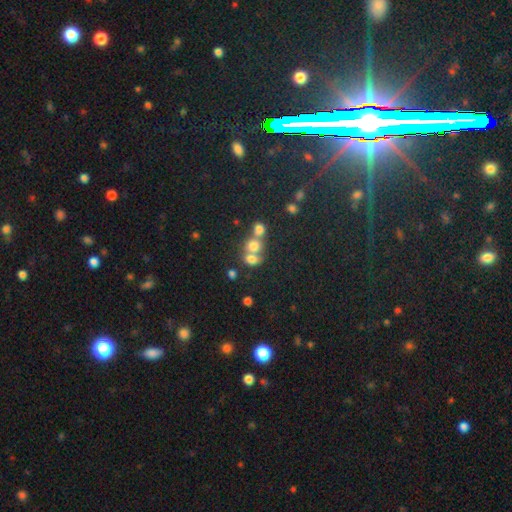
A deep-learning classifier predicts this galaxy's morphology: Smooth or featured: smooth — 63% (star or artifact — 19%)
How rounded: round — 65% (in between — 34%)
Merging: merger — 60% (none — 29%)